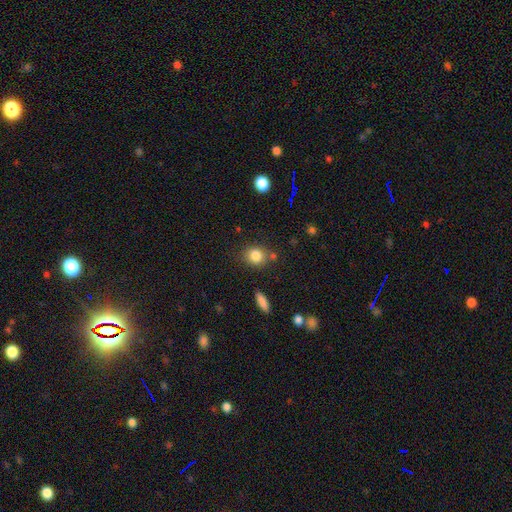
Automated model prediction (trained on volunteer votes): This is clearly a smooth galaxy (83%). How rounded: likely round (73%). Merging: likely none (75%).